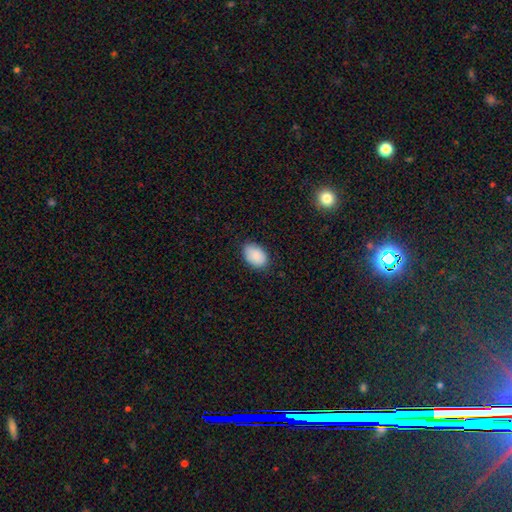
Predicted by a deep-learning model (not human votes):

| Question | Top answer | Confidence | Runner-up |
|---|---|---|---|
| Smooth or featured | smooth | 90% | star or artifact (6%) |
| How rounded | in between | 90% | round (9%) |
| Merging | none | 84% | minor disturbance (12%) |